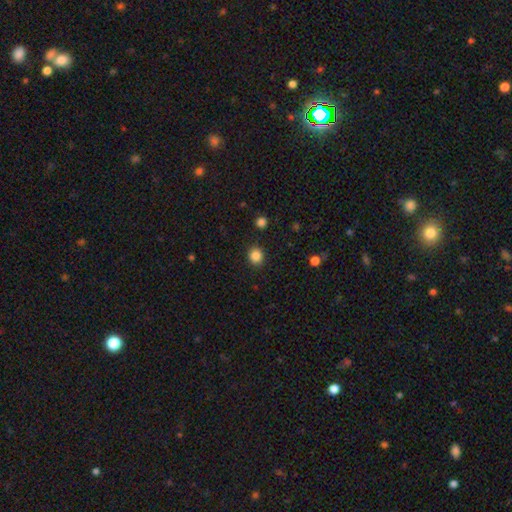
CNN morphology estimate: Smooth or featured? smooth (85%)
How rounded? round (81%)
Merging? none (90%)